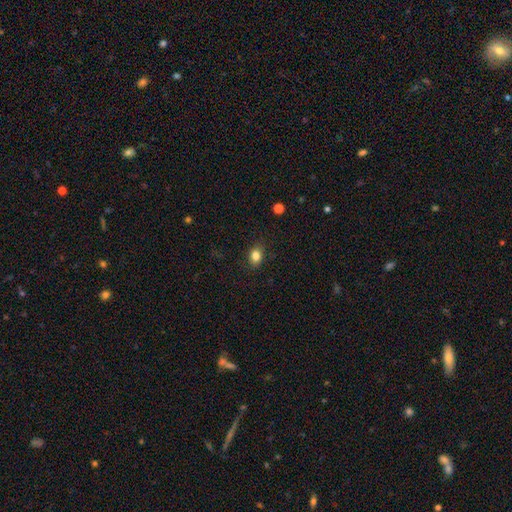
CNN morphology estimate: This appears to be a smooth galaxy with no disk features (83%) that is in between round and cigar-shaped (63%). Merging: none (85%).